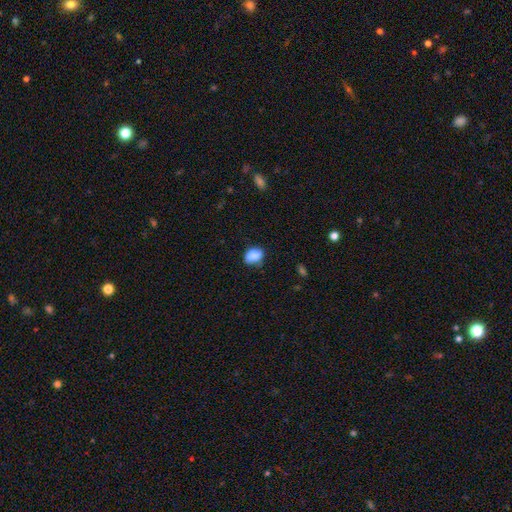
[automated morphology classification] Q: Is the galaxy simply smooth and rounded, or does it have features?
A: smooth — 82%.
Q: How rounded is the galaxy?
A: in between — 73%.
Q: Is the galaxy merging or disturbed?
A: none — 56%.